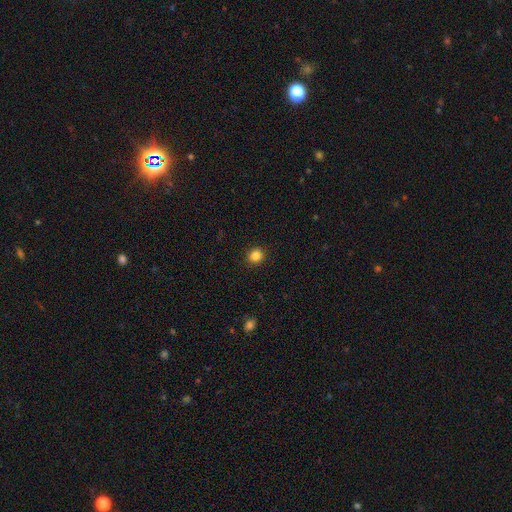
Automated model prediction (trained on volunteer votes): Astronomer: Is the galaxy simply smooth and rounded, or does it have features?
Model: smooth — 84%.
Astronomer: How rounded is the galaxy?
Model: round — 84%.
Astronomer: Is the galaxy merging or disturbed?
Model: none — 92%.